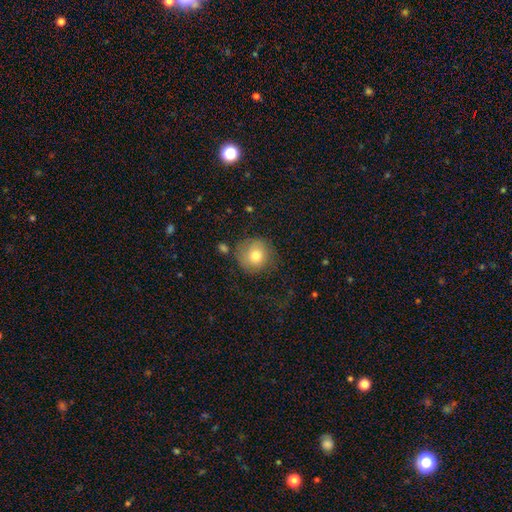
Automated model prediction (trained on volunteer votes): Morphology: type=smooth (73%); roundness=round (92%); merging=none (68%).